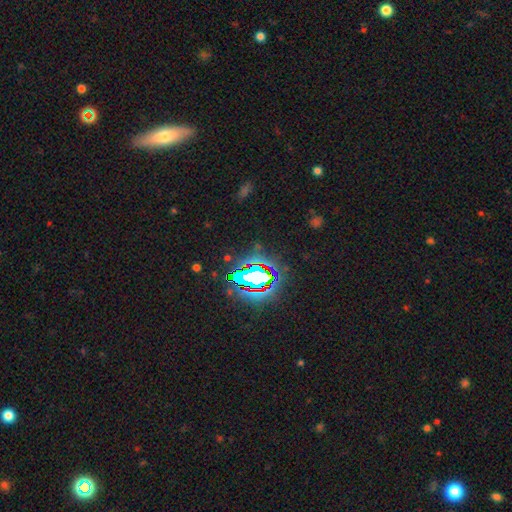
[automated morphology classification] This is likely a star or artifact rather than a galaxy (78%).